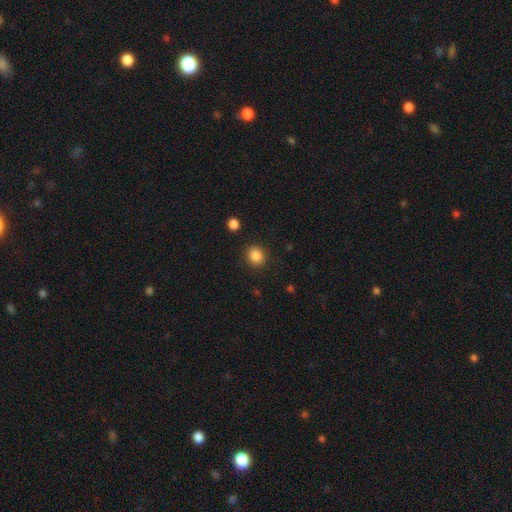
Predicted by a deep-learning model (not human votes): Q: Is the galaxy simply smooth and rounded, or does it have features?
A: smooth — 87%.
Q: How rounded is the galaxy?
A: round — 78%.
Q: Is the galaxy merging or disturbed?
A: none — 88%.